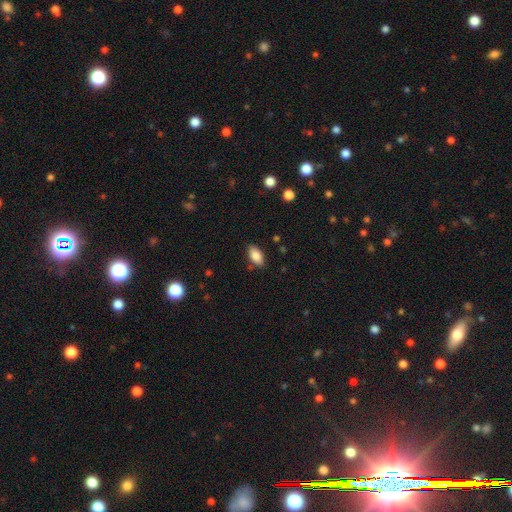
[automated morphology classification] Q: Smooth or featured?
A: smooth (86%); runner-up: star or artifact (8%)
Q: How rounded?
A: in between (93%); runner-up: cigar-shaped (4%)
Q: Merging?
A: none (84%); runner-up: minor disturbance (12%)